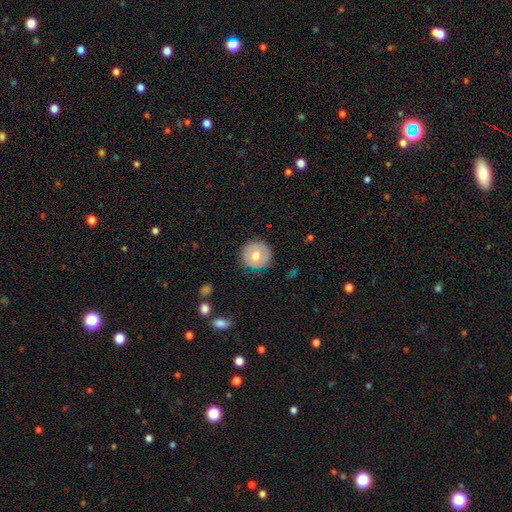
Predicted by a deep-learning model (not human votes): smooth 67%, featured or disk 26%, star or artifact 7%. Down the decision tree: how rounded — round (93%); merging — none (88%).